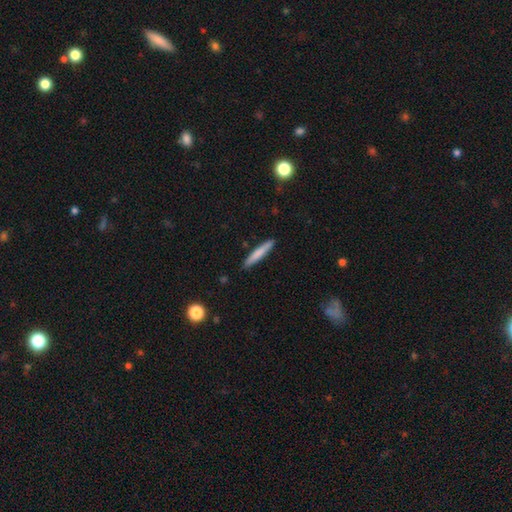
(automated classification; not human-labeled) A smooth galaxy with no disk features (69%) that is cigar-shaped (95%).

Vote fractions:
- Smooth or featured? smooth: 69% / featured or disk: 24% / star or artifact: 6%
- How rounded? cigar-shaped: 95% / in between: 4% / round: 1%
- Merging? none: 90% / minor disturbance: 7% / major disturbance: 1% / merger: 1%